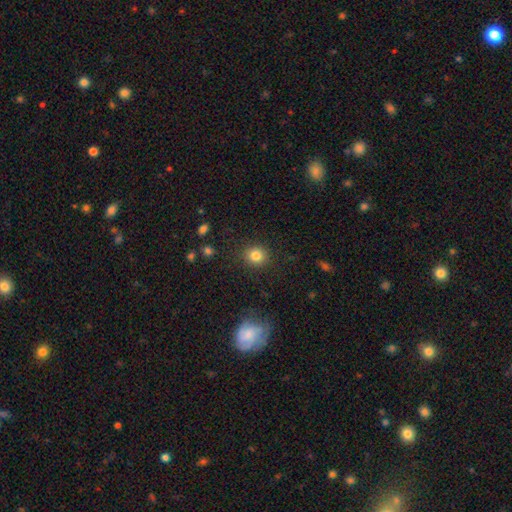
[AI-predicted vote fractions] A smooth galaxy with no disk features (83%) that is round (85%).

Vote fractions:
- Smooth or featured? smooth: 83% / star or artifact: 11% / featured or disk: 6%
- How rounded? round: 85% / in between: 14% / cigar-shaped: 1%
- Merging? none: 89% / minor disturbance: 7% / major disturbance: 3% / merger: 1%